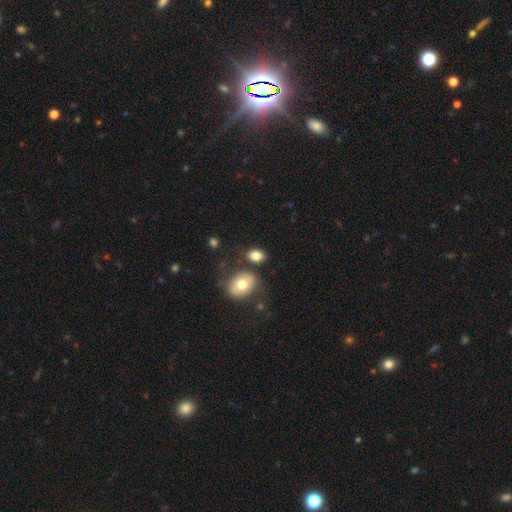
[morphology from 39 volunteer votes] smooth 85%, featured or disk 8%, star or artifact 8%. Down the decision tree: how rounded — in between (64%); merging — none (81%).